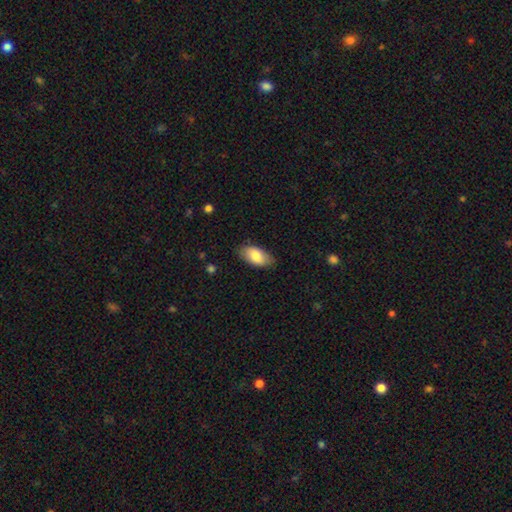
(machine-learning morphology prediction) This is clearly a smooth galaxy (81%). How rounded: clearly in between (93%). Merging: clearly none (81%).